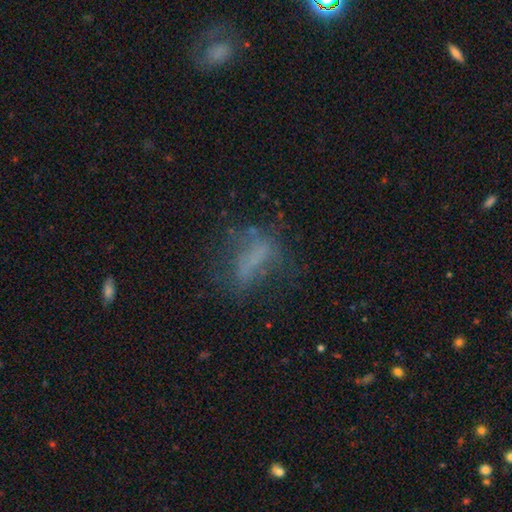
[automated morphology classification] Smooth or featured? Predicted: smooth (p=0.42). Merging? Predicted: none (p=0.47).